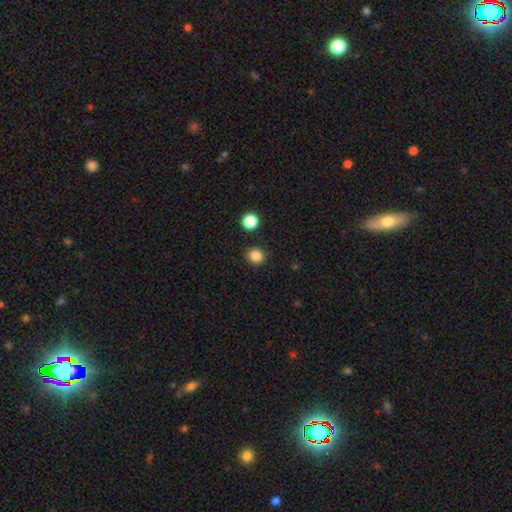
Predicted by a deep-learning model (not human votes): A smooth galaxy with no disk features (85%) that is round (90%). Merging: none (90%).